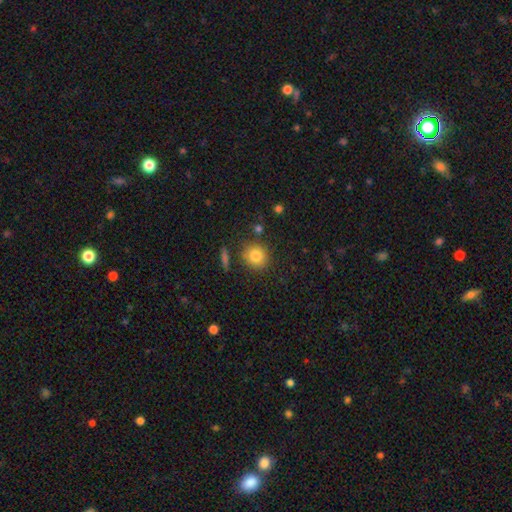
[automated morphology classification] This appears to be a smooth galaxy with no disk features (83%) that is round (86%). Merging: none (83%).